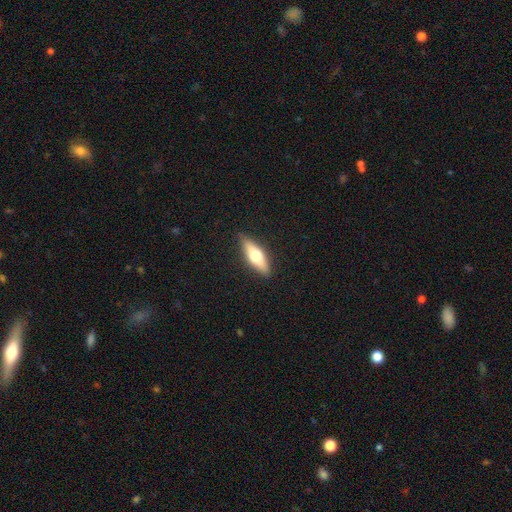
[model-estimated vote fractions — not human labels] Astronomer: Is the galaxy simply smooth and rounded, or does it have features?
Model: smooth — 53% (runner-up: featured or disk, 41%).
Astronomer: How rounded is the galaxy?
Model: cigar-shaped — 50% (runner-up: in between, 48%).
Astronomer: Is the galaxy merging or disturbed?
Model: none — 87%.